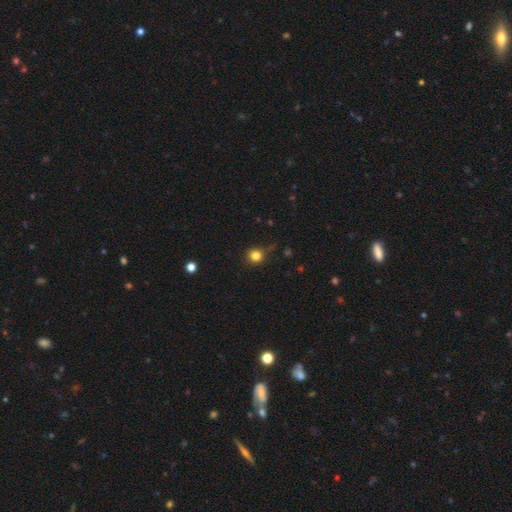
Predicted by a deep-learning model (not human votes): Smooth or featured?
  - smooth: 82% *
  - star or artifact: 13%
  - featured or disk: 5%
How rounded?
  - round: 92% *
  - in between: 7%
  - cigar-shaped: 1%
Merging?
  - none: 82% *
  - minor disturbance: 13%
  - major disturbance: 3%
  - merger: 2%